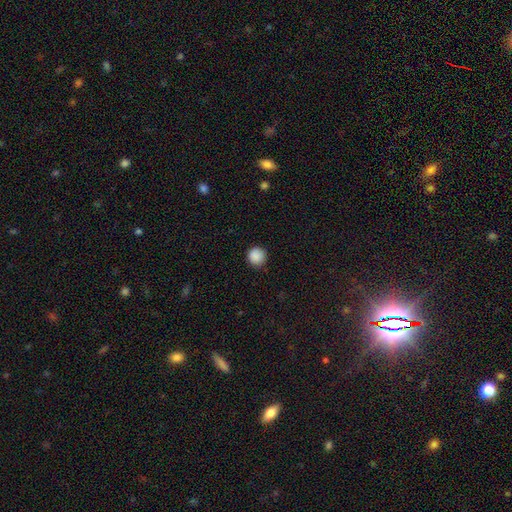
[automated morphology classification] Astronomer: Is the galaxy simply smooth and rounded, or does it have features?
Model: smooth — 89%.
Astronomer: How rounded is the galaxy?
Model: round — 95%.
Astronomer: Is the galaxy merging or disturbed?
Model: none — 90%.